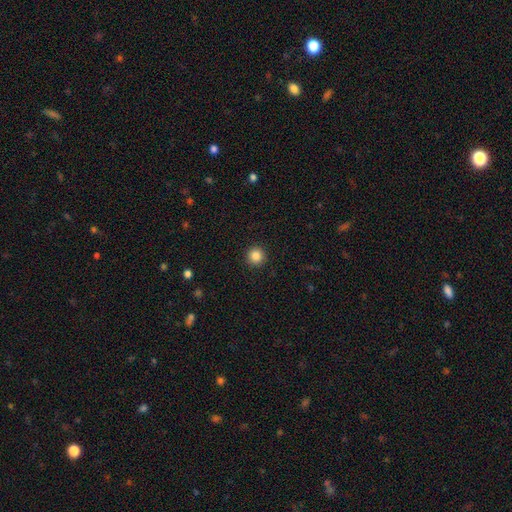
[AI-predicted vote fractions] This is clearly a smooth galaxy (86%). How rounded: clearly round (96%). Merging: clearly none (93%).